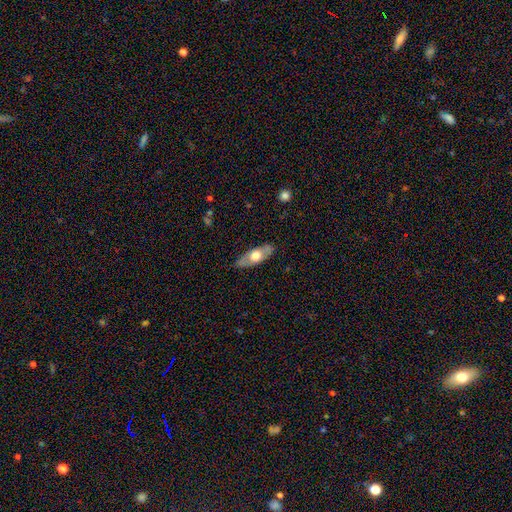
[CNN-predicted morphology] Smooth or featured? smooth (52%)
How rounded? in between (73%)
Merging? none (83%)